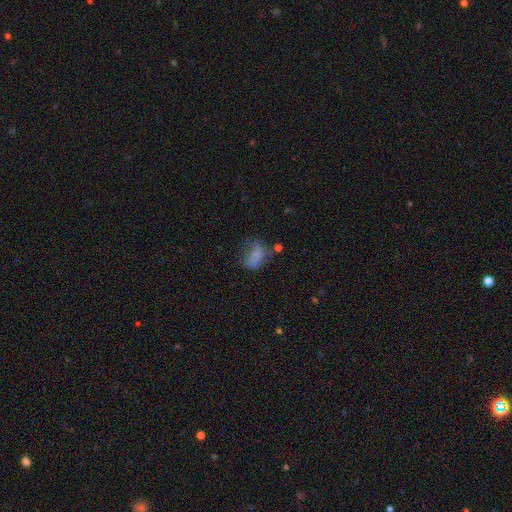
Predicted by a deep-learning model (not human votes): This is likely a smooth galaxy (62%). How rounded: likely in between (79%). Merging: marginally major disturbance (34%).